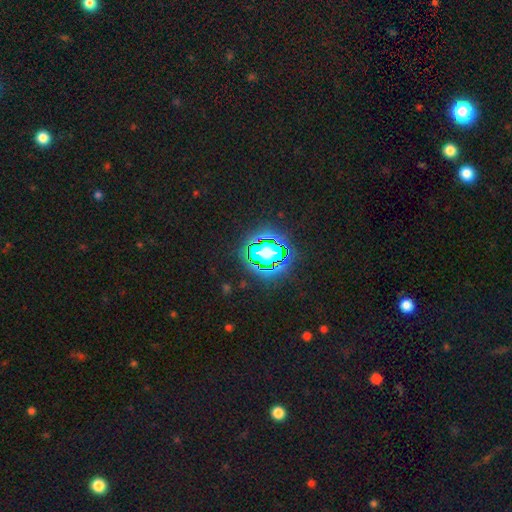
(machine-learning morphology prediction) smooth_or_featured: star or artifact (p=0.75) [alt: smooth p=0.15]